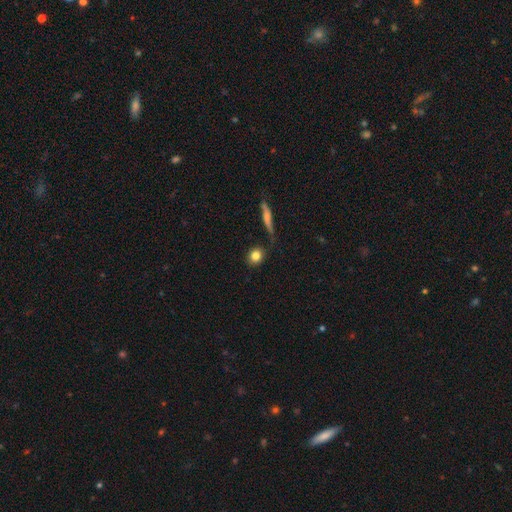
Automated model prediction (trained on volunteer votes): Smooth or featured: smooth — 83% (star or artifact — 9%)
How rounded: round — 72% (in between — 24%)
Merging: none — 80% (minor disturbance — 12%)